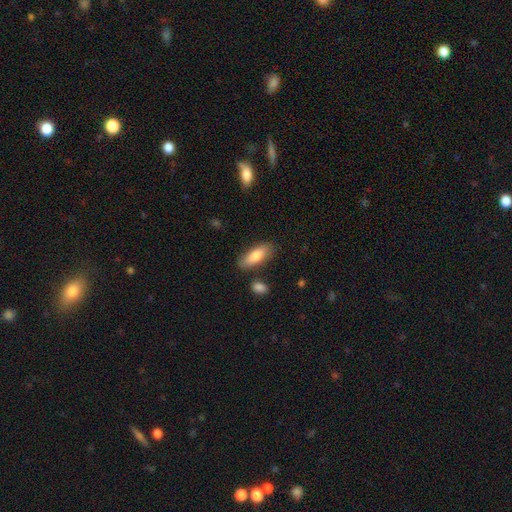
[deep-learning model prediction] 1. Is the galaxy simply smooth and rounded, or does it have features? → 81% smooth, 13% featured or disk, 6% star or artifact.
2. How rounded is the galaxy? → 72% in between, 26% cigar-shaped, 2% round.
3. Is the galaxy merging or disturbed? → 80% none, 13% minor disturbance, 4% merger, 3% major disturbance.